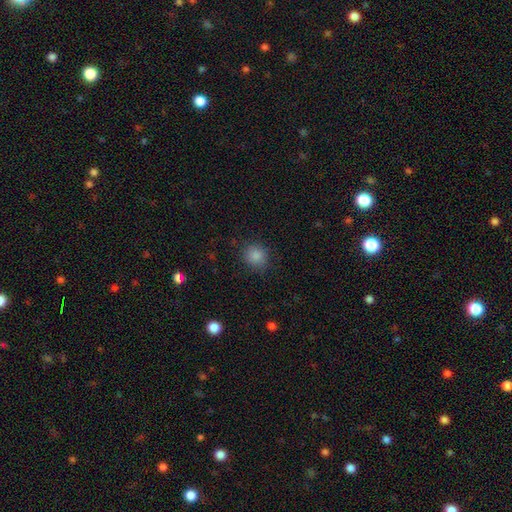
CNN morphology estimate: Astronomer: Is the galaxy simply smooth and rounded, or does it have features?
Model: smooth — 86%.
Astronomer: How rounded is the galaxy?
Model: round — 87%.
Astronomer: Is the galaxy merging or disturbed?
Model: none — 85%.